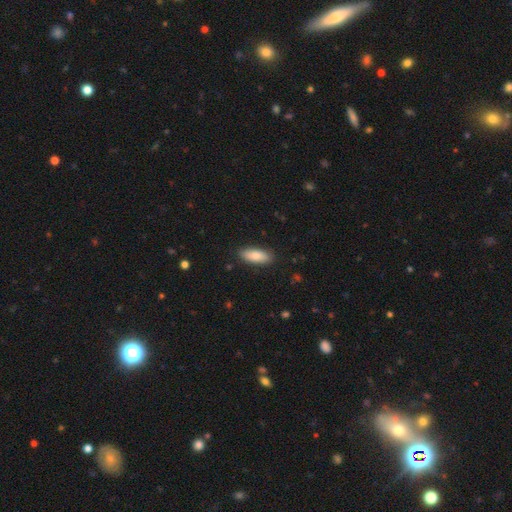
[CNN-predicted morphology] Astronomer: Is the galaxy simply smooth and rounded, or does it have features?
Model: smooth — 82%.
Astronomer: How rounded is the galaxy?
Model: in between — 77%.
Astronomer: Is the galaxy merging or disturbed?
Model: none — 87%.